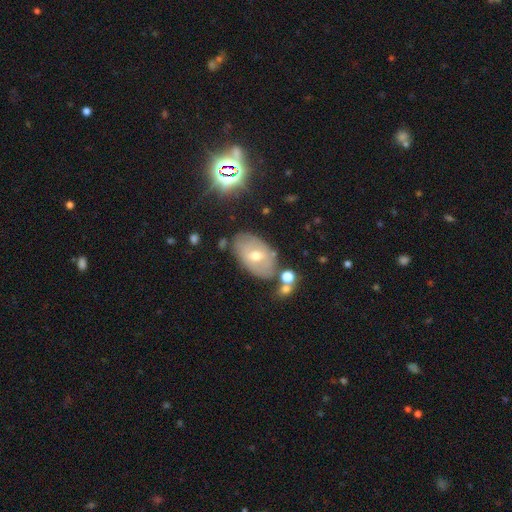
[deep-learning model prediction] smooth 44% (tied), featured or disk 44% (tied), star or artifact 11%. Down the decision tree: merging — none (69%).